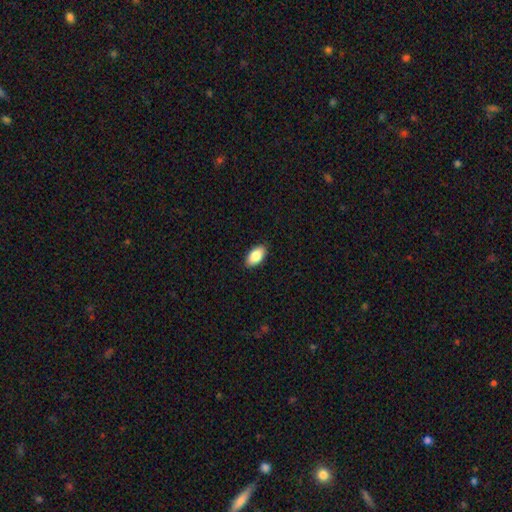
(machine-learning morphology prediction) This is clearly a smooth galaxy (86%). How rounded: clearly in between (94%). Merging: clearly none (89%).